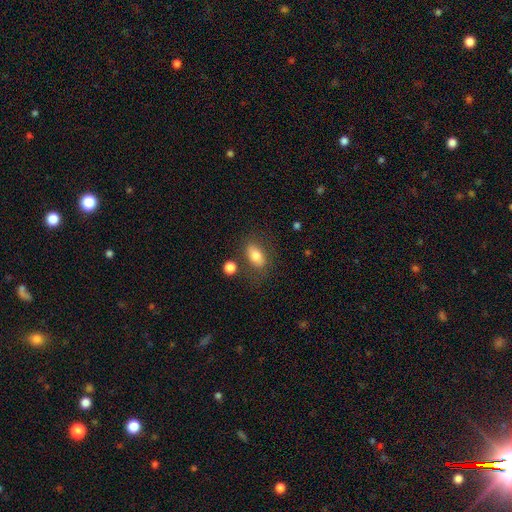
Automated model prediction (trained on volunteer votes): This is likely a smooth galaxy (77%). How rounded: clearly in between (86%). Merging: likely none (73%).